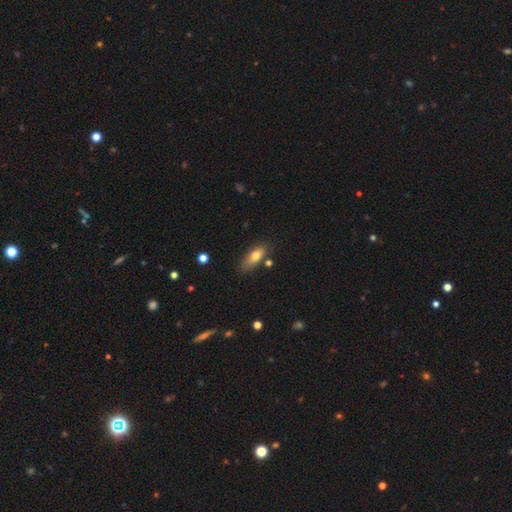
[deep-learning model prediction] Smooth or featured: smooth — 74% (featured or disk — 19%)
How rounded: in between — 76% (cigar-shaped — 20%)
Merging: none — 64% (minor disturbance — 24%)